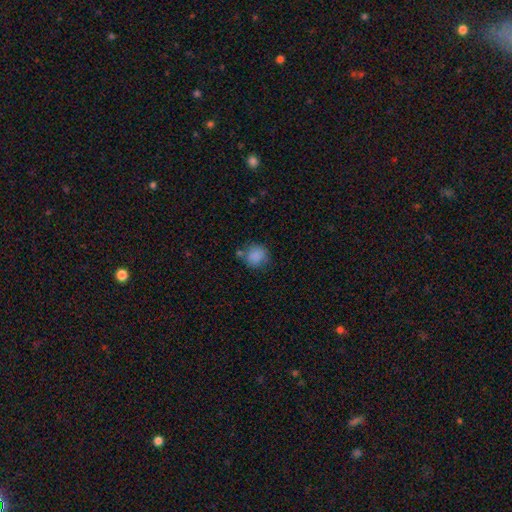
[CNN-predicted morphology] The model was most divided on "merging": none: 67%, minor disturbance: 18%, merger: 8%, major disturbance: 6%. More confident: smooth or featured — smooth (84%); how rounded — round (81%).